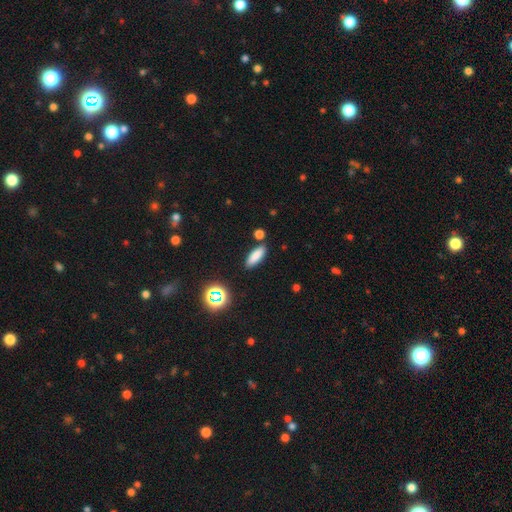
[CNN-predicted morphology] Overall: smooth (81%). How rounded: in between (59%; cigar-shaped 37%). Merging: none (83%).